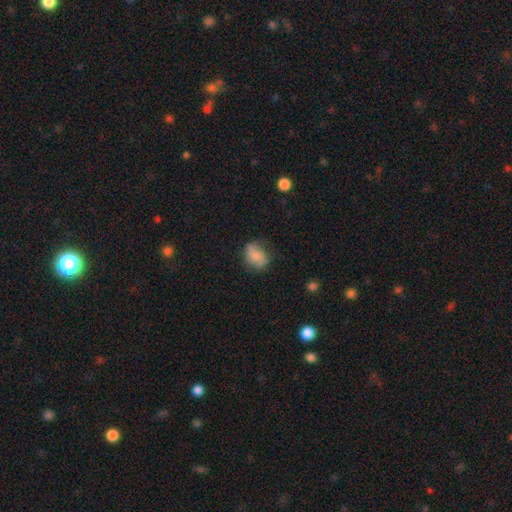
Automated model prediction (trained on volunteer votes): Morphology: type=smooth (57%); roundness=in between (52%); merging=none (66%).